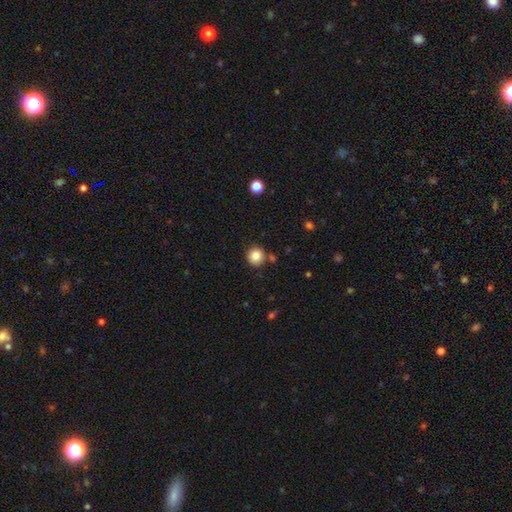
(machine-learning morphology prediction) Smooth or featured? smooth (85%)
How rounded? round (93%)
Merging? none (85%)